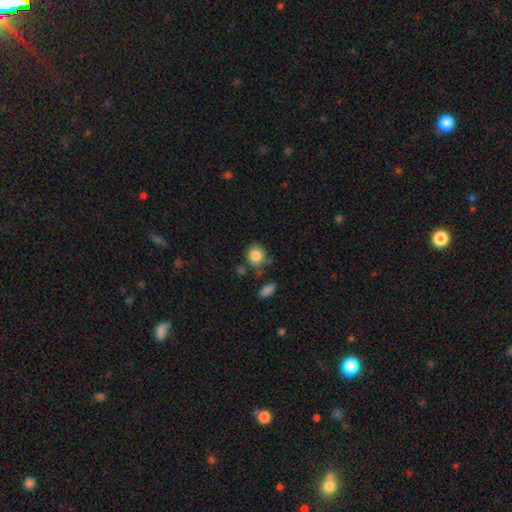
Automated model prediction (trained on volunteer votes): smooth 84%, star or artifact 9%, featured or disk 7%. Down the decision tree: how rounded — round (78%); merging — none (70%).